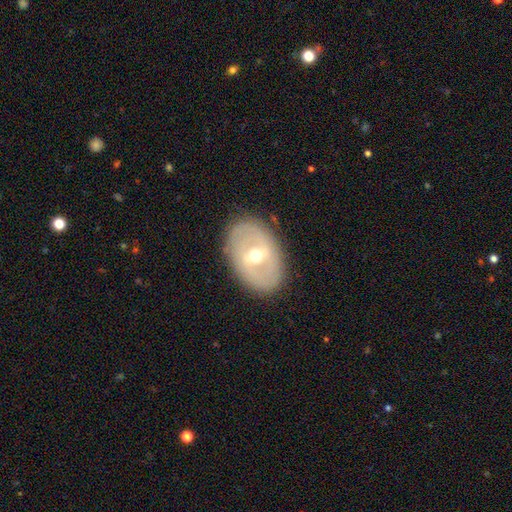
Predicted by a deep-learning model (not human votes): The model was most divided on "bar": weak: 46%, strong: 34%, no: 20%. More confident: edge-on disk — no (91%); merging — none (84%); bulge size — moderate (68%); smooth or featured — featured or disk (66%); spiral arms — no (65%).